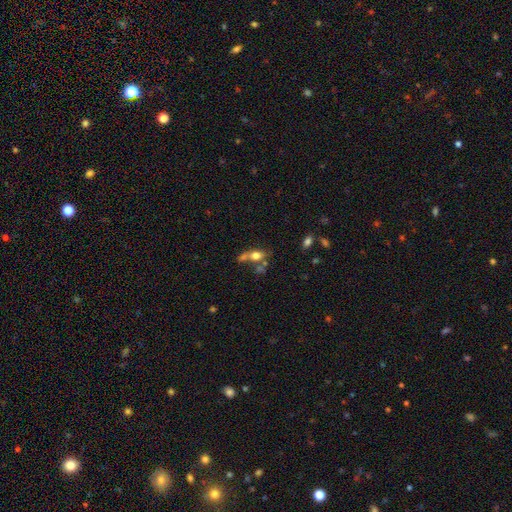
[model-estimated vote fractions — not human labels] Smooth or featured? Predicted: smooth (p=0.61). How rounded? Predicted: in between (p=0.65). Merging? Predicted: none (p=0.37).